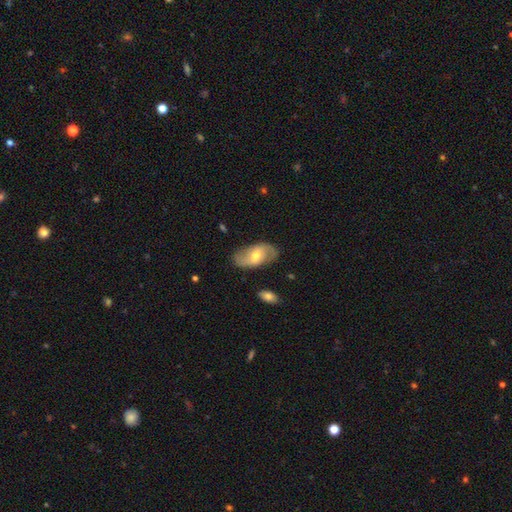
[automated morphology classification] This is likely a featured or disk galaxy (70%). It is clearly not viewed edge-on (95%). Bar: possibly weak (47%). Spiral arm pattern: clearly yes (88%). Spiral arm count: clearly 2 (88%). Spiral winding: possibly loose (46%). Central bulge: possibly moderate (59%). Merging: likely none (79%).